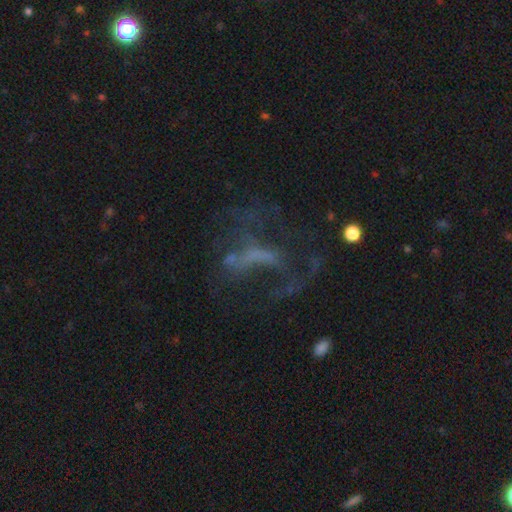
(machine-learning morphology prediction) Smooth or featured? Predicted: featured or disk (p=0.53). Edge-on disk? Predicted: no (p=0.94). Merging? Predicted: major disturbance (p=0.44).